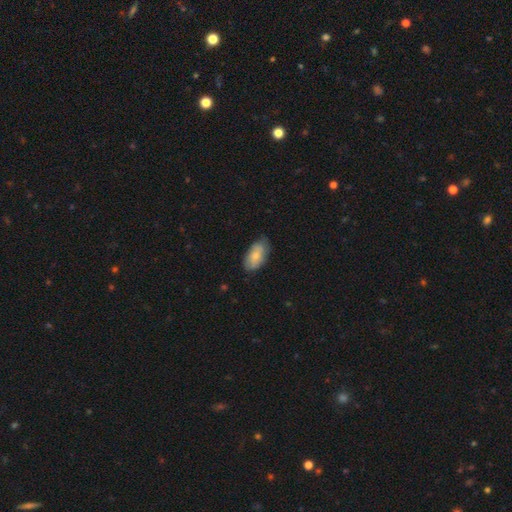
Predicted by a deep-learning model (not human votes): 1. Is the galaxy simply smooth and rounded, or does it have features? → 74% smooth, 20% featured or disk, 6% star or artifact.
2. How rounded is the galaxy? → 93% in between, 3% round, 3% cigar-shaped.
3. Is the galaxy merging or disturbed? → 71% none, 24% minor disturbance, 4% major disturbance, 1% merger.